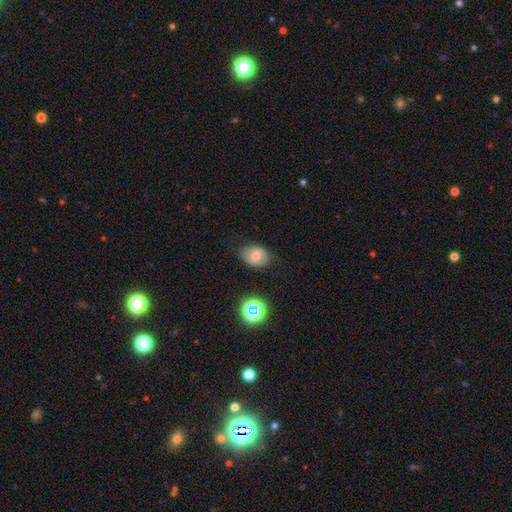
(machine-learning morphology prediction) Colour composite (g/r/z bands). It shows a smooth galaxy with no disk features (68%) that is in between round and cigar-shaped (72%). Merging: none (74%).